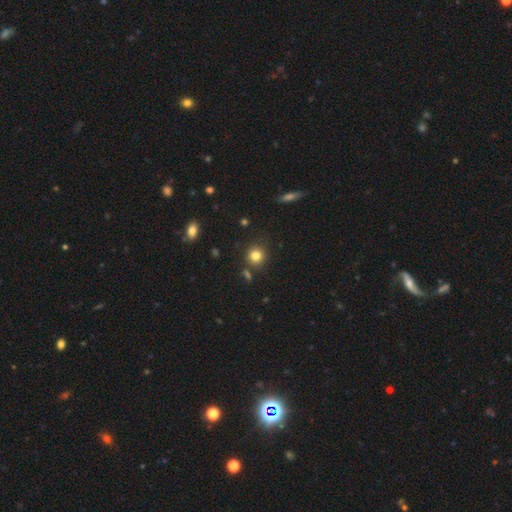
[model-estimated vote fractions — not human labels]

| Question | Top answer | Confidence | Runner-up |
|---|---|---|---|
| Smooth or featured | smooth | 81% | star or artifact (12%) |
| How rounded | round | 90% | in between (9%) |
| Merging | none | 83% | minor disturbance (9%) |